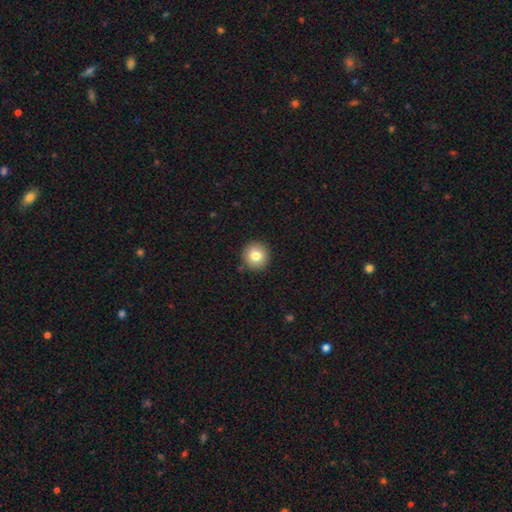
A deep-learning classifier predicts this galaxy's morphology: Smooth or featured? Predicted: smooth (p=0.80). How rounded? Predicted: round (p=0.94). Merging? Predicted: none (p=0.91).